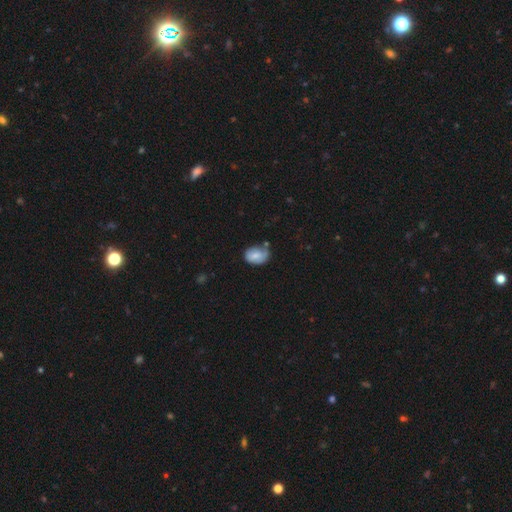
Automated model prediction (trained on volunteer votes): A smooth galaxy with no disk features (67%) that is in between round and cigar-shaped (76%). Merging: none (49%).